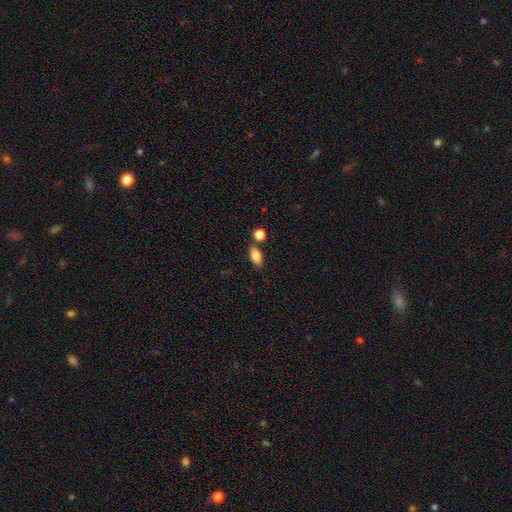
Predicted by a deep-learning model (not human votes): A smooth galaxy with no disk features (82%) that is in between round and cigar-shaped (87%). Merging: none (76%).